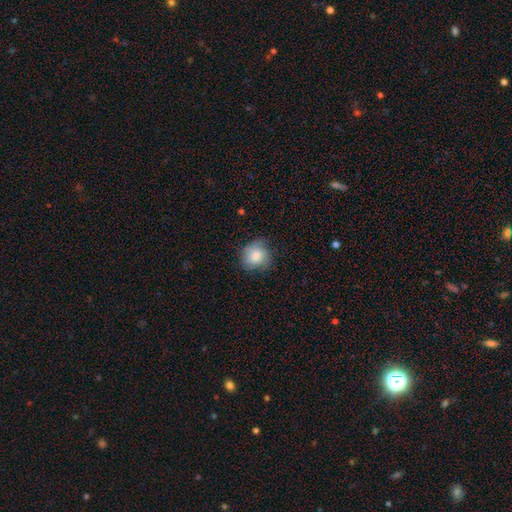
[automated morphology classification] A smooth galaxy with no disk features (79%) that is round (81%). Merging: none (72%).